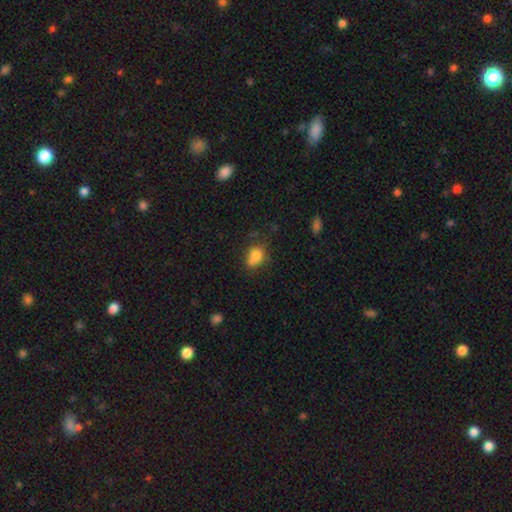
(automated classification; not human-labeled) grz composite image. It shows a smooth galaxy with no disk features (77%) that is in between round and cigar-shaped (60%). Merging: none (44%).